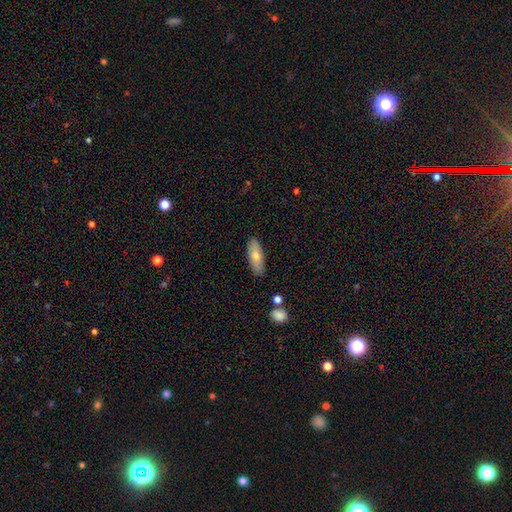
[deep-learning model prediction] This appears to be a smooth galaxy with no disk features (73%) that is in between round and cigar-shaped (70%). Merging: none (85%).